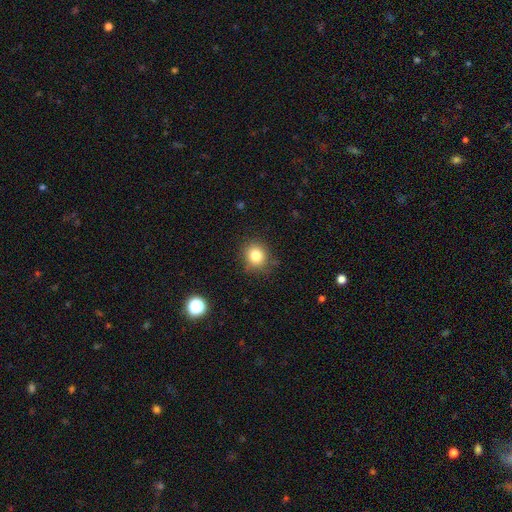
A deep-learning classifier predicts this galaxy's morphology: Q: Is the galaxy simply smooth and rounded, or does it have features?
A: smooth — 81%.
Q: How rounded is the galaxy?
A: round — 84%.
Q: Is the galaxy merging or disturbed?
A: none — 83%.